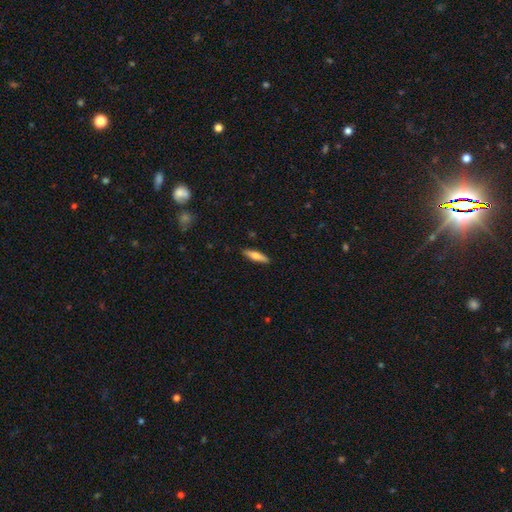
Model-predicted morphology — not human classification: A smooth galaxy with no disk features (65%) that is cigar-shaped (73%). Merging: none (89%).